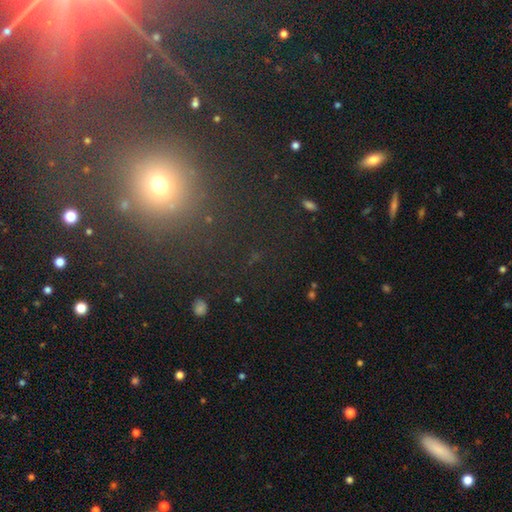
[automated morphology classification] smooth_or_featured: star or artifact (p=0.52) [alt: smooth p=0.35]